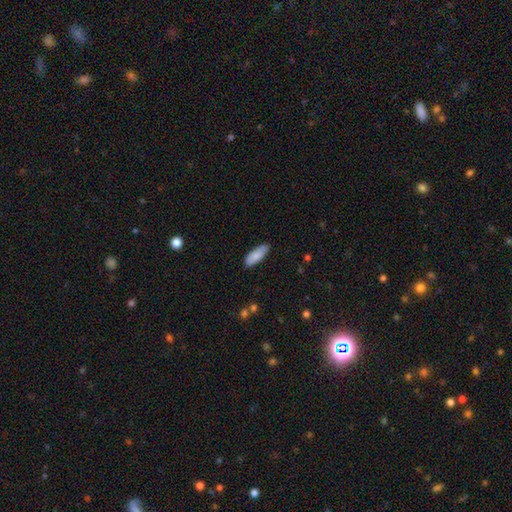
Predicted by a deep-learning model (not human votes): A smooth galaxy with no disk features (85%) that is in between round and cigar-shaped (64%).

Vote fractions:
- Smooth or featured? smooth: 85% / featured or disk: 9% / star or artifact: 6%
- How rounded? in between: 64% / cigar-shaped: 34% / round: 2%
- Merging? none: 84% / minor disturbance: 13% / major disturbance: 2% / merger: 1%